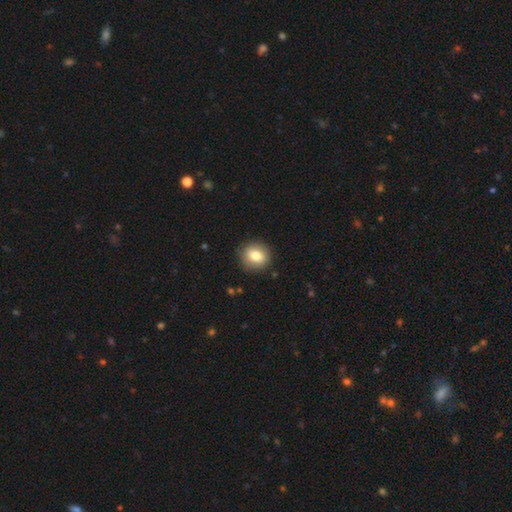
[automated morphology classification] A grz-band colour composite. It shows a smooth galaxy with no disk features (79%) that is round (83%). Merging: none (87%).